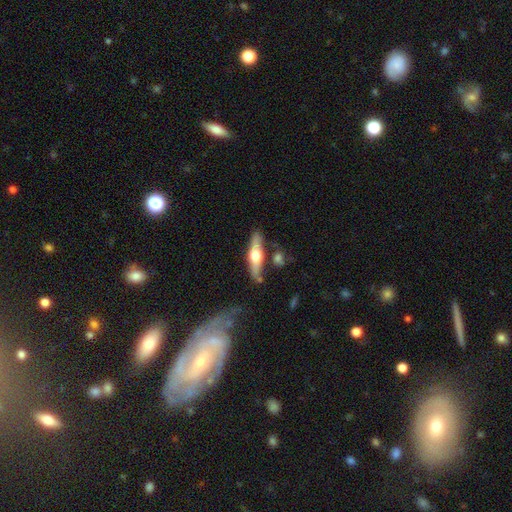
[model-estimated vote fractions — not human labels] Q: Smooth or featured?
A: featured or disk (58%); runner-up: smooth (37%)
Q: Edge-on disk?
A: yes (91%); runner-up: no (9%)
Q: Edge-on bulge?
A: rounded (94%); runner-up: boxy (3%)
Q: Merging?
A: none (76%); runner-up: minor disturbance (13%)